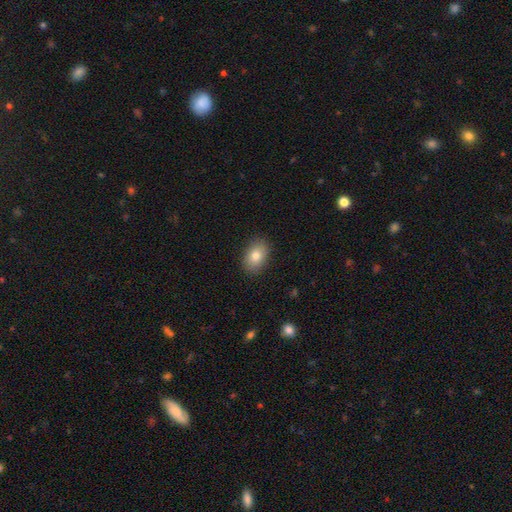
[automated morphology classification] Smooth or featured? Predicted: smooth (p=0.82). How rounded? Predicted: in between (p=0.85). Merging? Predicted: none (p=0.88).